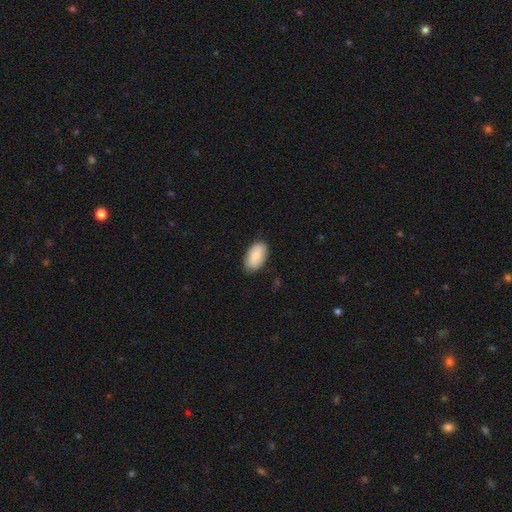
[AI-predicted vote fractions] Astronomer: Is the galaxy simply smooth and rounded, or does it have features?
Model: smooth — 87%.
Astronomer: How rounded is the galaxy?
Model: in between — 95%.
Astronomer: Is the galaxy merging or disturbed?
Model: none — 85%.